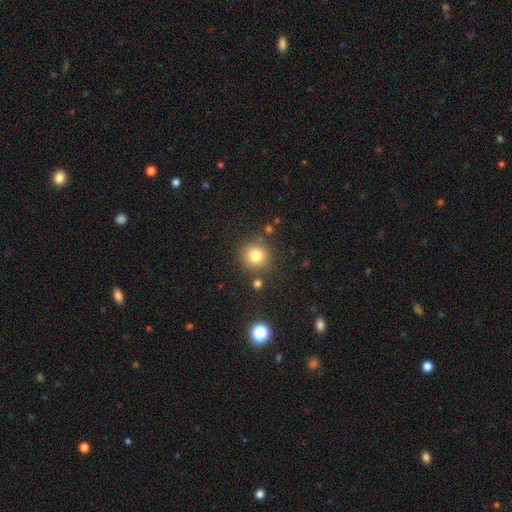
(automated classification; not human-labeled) The model was most divided on "smooth or featured": smooth: 78%, star or artifact: 14%, featured or disk: 8%. More confident: how rounded — round (93%); merging — none (84%).